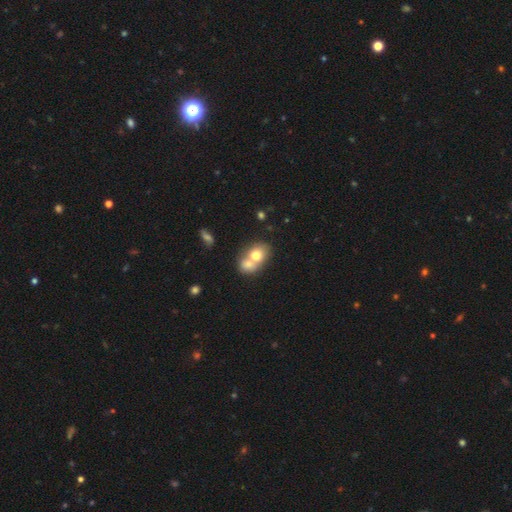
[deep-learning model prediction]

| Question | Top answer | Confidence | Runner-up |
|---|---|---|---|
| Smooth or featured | smooth | 70% | featured or disk (21%) |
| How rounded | in between | 50% | round (49%) |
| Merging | merger | 68% | none (23%) |